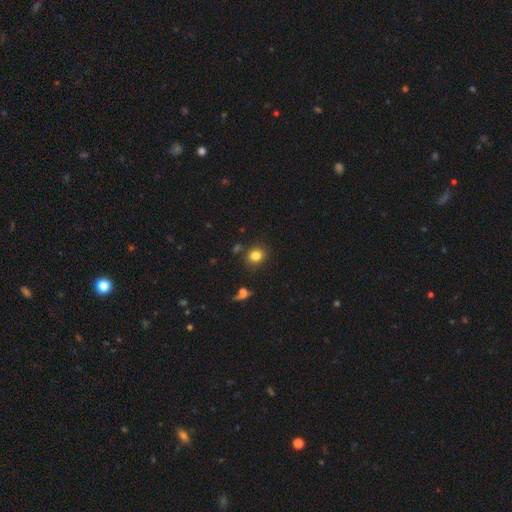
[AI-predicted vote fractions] Morphology: type=smooth (81%); roundness=round (72%); merging=none (83%).